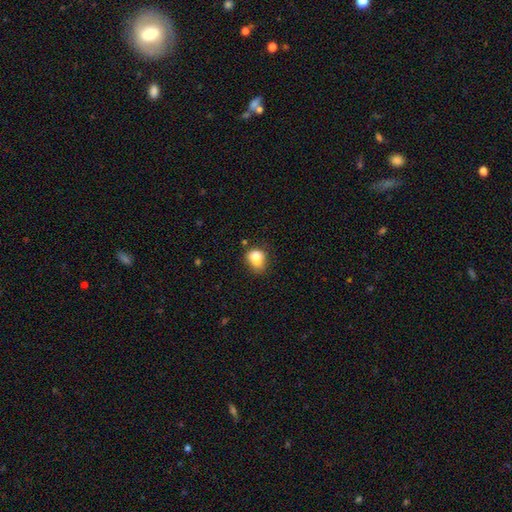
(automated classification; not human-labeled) The model was most divided on "merging": none: 35%, merger: 33%, minor disturbance: 23%, major disturbance: 10%. More confident: smooth or featured — smooth (74%); how rounded — in between (55%).